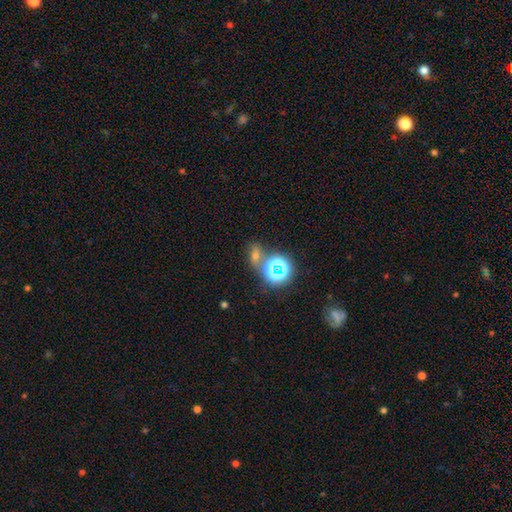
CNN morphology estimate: Overall: star or artifact (47%; smooth 40%).